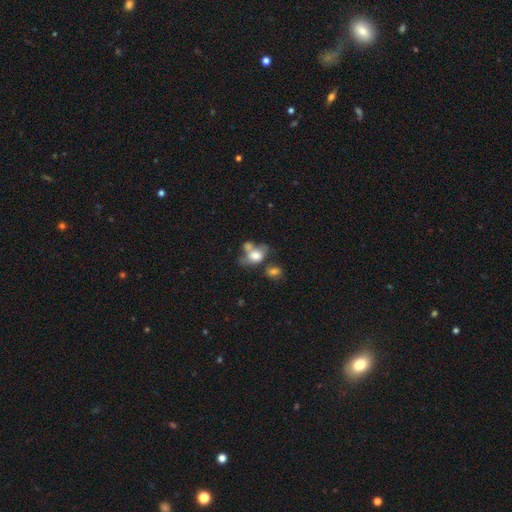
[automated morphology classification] type=smooth (66%); roundness=in between (72%); merging=merger (45%).